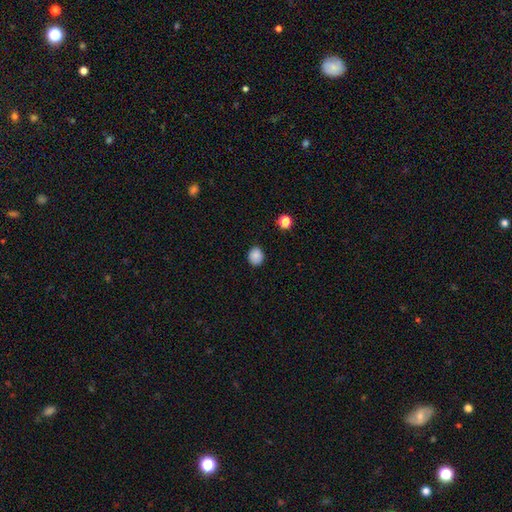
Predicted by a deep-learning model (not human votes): The model was most divided on "how rounded": round: 71%, in between: 28%, cigar-shaped: 1%. More confident: merging — none (87%); smooth or featured — smooth (86%).